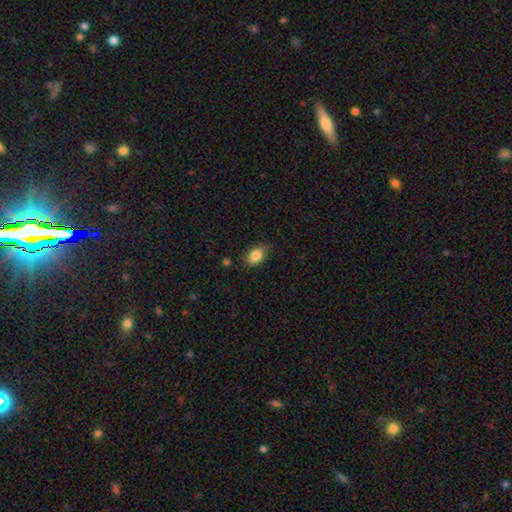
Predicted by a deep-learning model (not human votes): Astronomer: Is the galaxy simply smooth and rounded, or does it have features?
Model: smooth — 85%.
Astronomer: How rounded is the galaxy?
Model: in between — 87%.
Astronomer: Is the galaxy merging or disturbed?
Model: none — 77%.